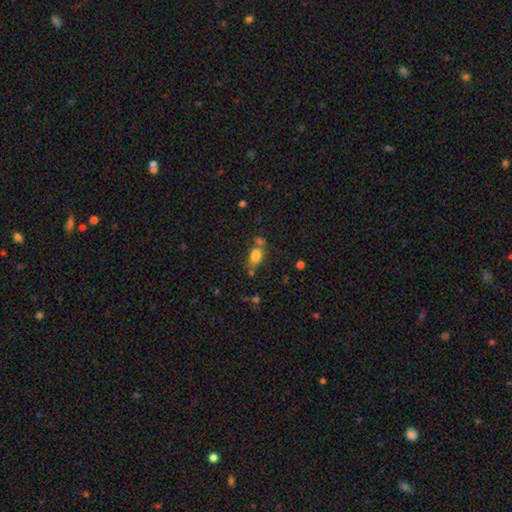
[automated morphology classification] Smooth or featured?
  - smooth: 76% *
  - star or artifact: 13%
  - featured or disk: 12%
How rounded?
  - in between: 79% *
  - round: 17%
  - cigar-shaped: 4%
Merging?
  - none: 42% *
  - merger: 34%
  - minor disturbance: 16%
  - major disturbance: 8%